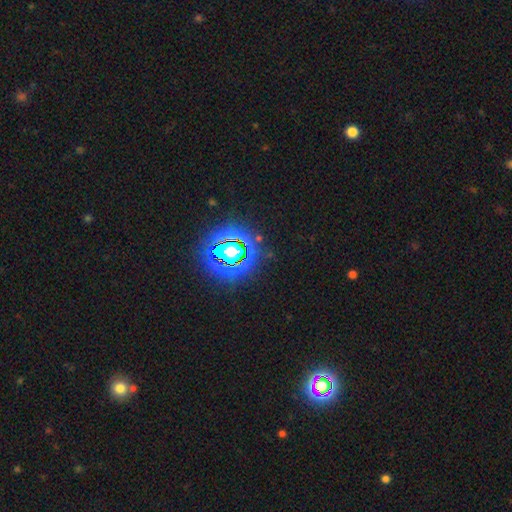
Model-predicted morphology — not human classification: star or artifact 82%, smooth 11%, featured or disk 7%.